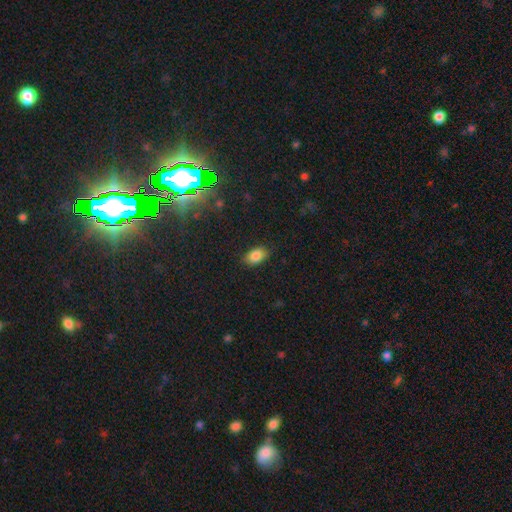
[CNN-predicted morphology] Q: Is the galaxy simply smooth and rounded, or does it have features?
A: smooth — 84%.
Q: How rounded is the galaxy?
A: in between — 87%.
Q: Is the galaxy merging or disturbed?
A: none — 82%.